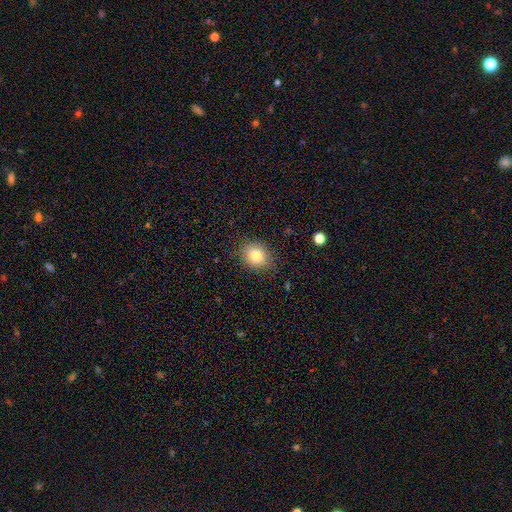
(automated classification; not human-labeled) The model was most divided on "how rounded": round: 53%, in between: 46%, cigar-shaped: 1%. More confident: merging — none (85%); smooth or featured — smooth (81%).